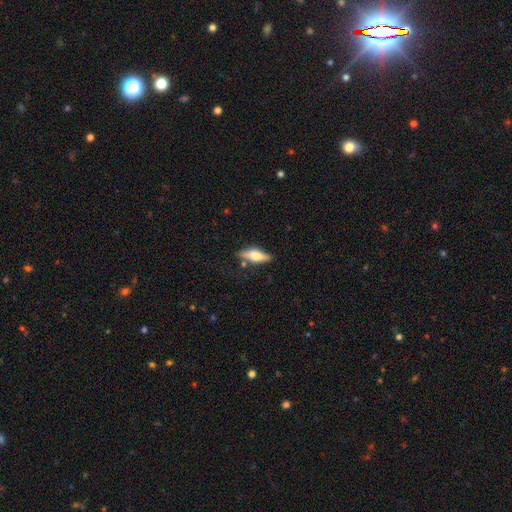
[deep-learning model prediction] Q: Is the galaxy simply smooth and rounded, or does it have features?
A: smooth — 56%.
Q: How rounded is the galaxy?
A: in between — 55%.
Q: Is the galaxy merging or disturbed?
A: none — 76%.